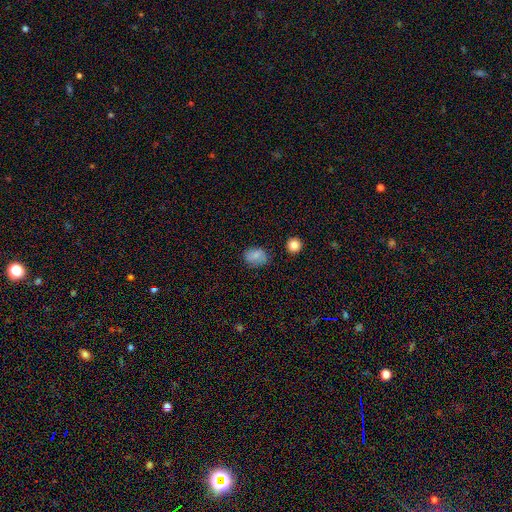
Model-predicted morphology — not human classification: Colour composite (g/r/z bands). It shows a smooth galaxy with no disk features (80%) that is in between round and cigar-shaped (59%). Merging: none (75%).